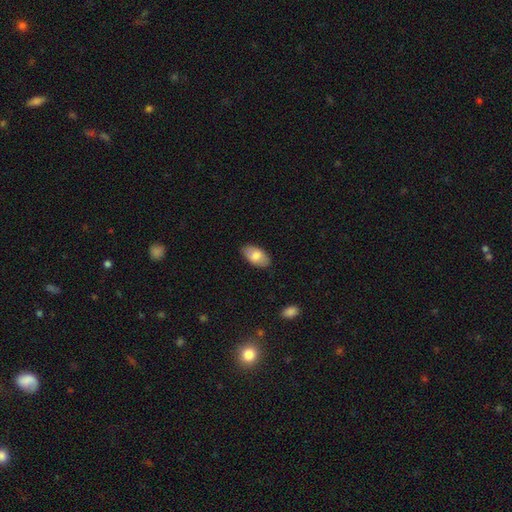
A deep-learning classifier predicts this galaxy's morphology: Overall: smooth (78%). How rounded: in between (94%). Merging: none (84%).